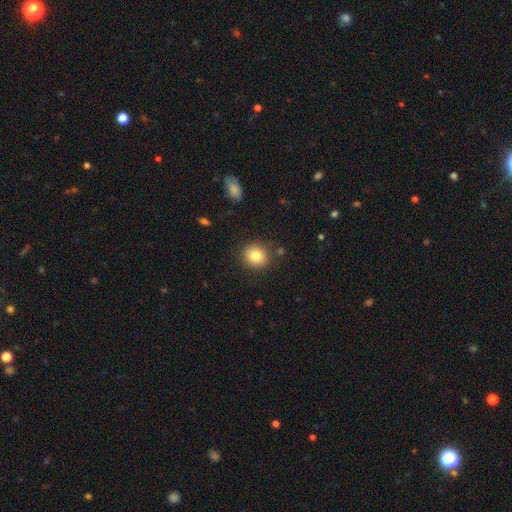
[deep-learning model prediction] A smooth galaxy with no disk features (81%) that is round (79%). Merging: none (88%).